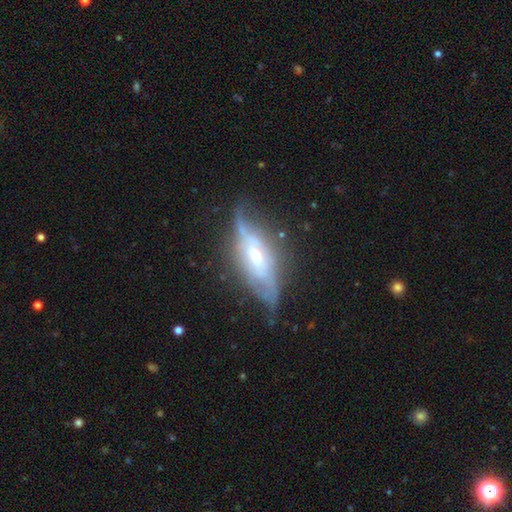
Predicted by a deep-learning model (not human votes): Overall: featured or disk (78%). Edge-on disk: yes (64%; no 36%). Merging: none (56%; minor disturbance 27%).